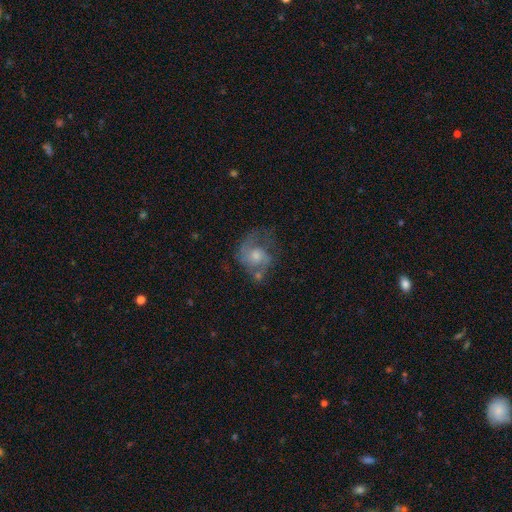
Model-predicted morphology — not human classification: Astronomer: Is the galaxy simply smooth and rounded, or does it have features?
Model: featured or disk — 71%.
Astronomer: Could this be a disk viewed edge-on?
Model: no — 98%.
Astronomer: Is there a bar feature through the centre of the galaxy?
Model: no — 69%.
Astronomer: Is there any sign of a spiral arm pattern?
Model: yes — 87%.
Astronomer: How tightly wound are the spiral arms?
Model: medium — 51% (runner-up: loose, 26%).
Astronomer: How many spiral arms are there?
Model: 2 — 71%.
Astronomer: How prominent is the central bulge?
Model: moderate — 52% (runner-up: small, 37%).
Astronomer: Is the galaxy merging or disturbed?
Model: none — 54%.